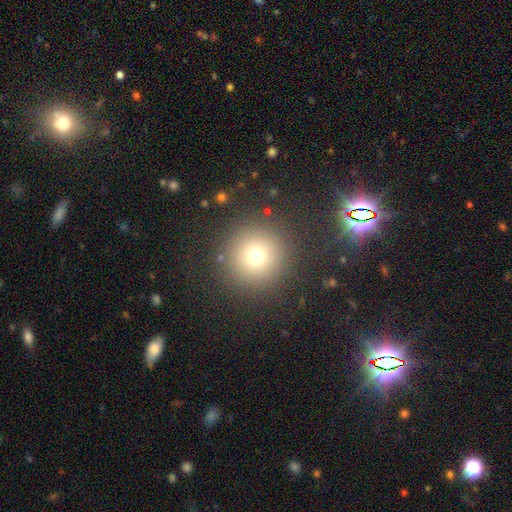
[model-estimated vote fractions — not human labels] smooth_or_featured: smooth (p=0.71) [alt: star or artifact p=0.19]
how_rounded: round (p=0.96) [alt: in between p=0.03]
merging: none (p=0.89) [alt: minor disturbance p=0.06]